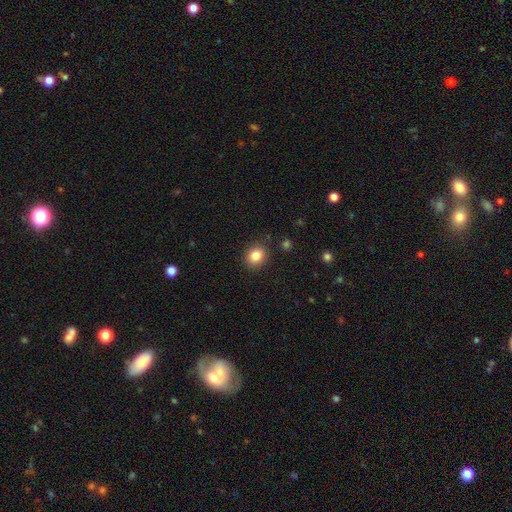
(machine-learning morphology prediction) smooth_or_featured: smooth (p=0.84) [alt: star or artifact p=0.10]
how_rounded: round (p=0.68) [alt: in between p=0.31]
merging: none (p=0.88) [alt: minor disturbance p=0.08]